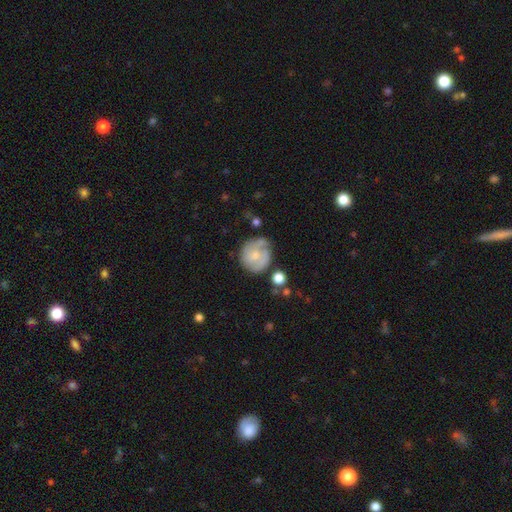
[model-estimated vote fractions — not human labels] This is possibly a smooth galaxy (47%). Merging: possibly none (57%).